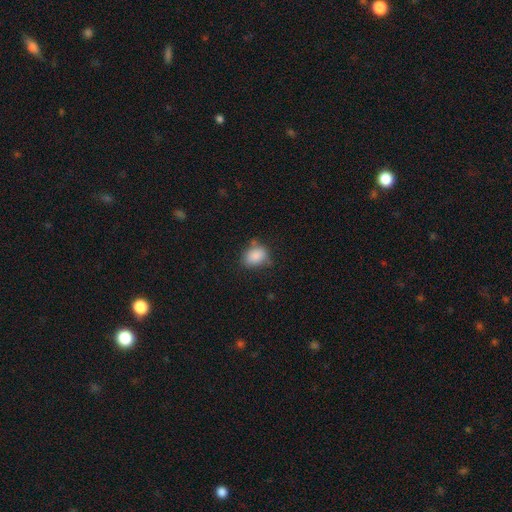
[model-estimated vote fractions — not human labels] This appears to be a smooth galaxy with no disk features (85%) that is in between round and cigar-shaped (60%). Merging: none (60%).